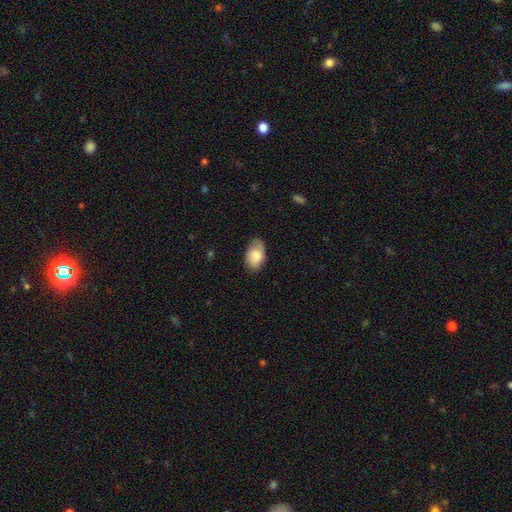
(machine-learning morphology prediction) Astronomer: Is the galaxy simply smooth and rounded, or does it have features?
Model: smooth — 78%.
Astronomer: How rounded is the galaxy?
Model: in between — 91%.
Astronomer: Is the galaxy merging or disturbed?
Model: none — 74%.